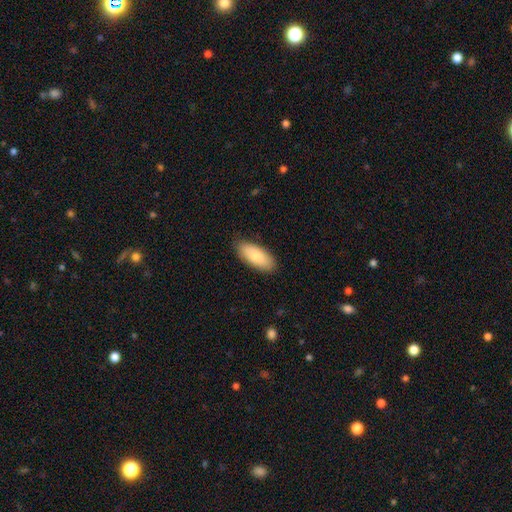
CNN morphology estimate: This is clearly a smooth galaxy (83%). How rounded: clearly in between (86%). Merging: clearly none (85%).